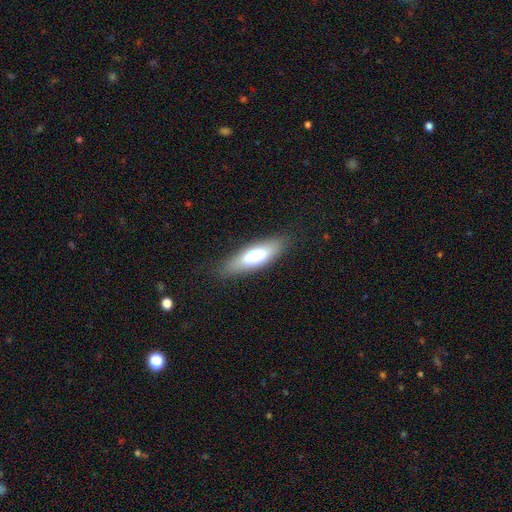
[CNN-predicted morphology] type=smooth (70%); roundness=in between (55%); merging=none (80%).